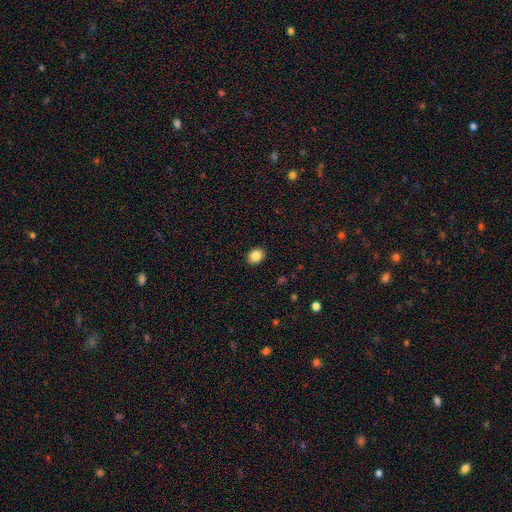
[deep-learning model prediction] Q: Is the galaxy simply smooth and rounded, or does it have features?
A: smooth — 88%.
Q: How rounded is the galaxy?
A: in between — 55%.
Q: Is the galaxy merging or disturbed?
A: none — 90%.